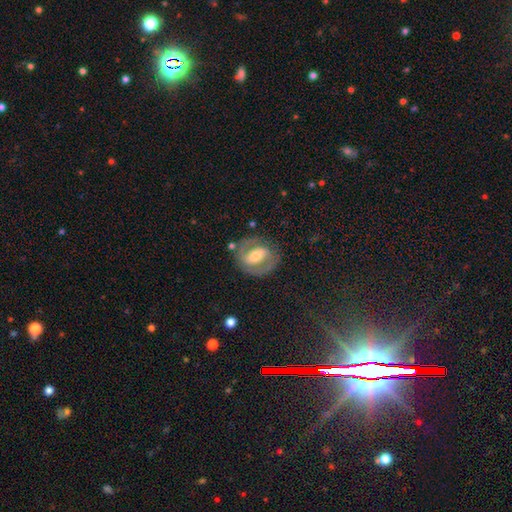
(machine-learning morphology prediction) This is likely a featured or disk galaxy (72%). It is clearly not viewed edge-on (95%). Bar: possibly strong (52%). Spiral arm pattern: likely yes (74%). Spiral arm count: clearly 2 (83%). Spiral winding: possibly medium (45%). Central bulge: possibly moderate (56%). Merging: likely none (76%).